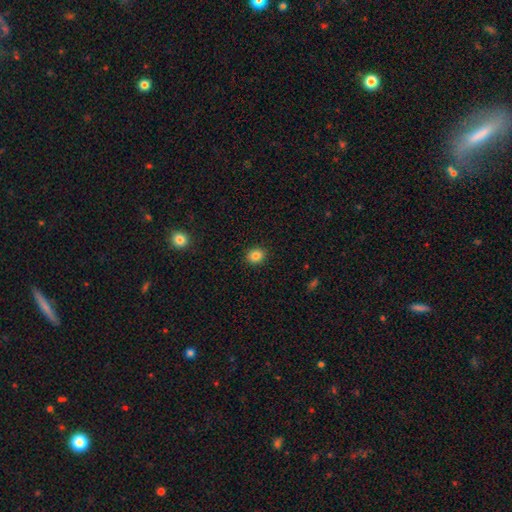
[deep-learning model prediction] Overall: smooth (84%). How rounded: round (72%). Merging: none (91%).